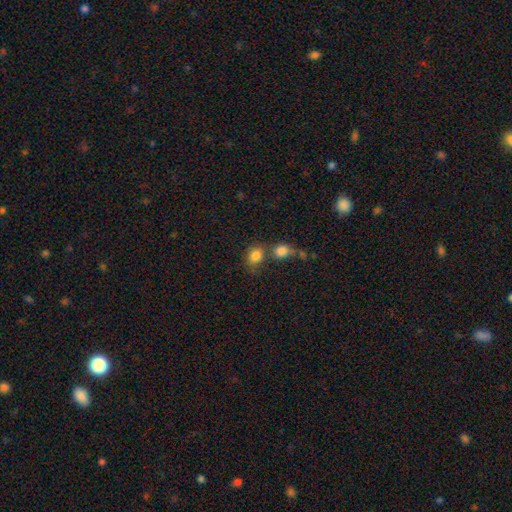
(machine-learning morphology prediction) A smooth galaxy with no disk features (83%) that is round (67%).

Vote fractions:
- Smooth or featured? smooth: 83% / star or artifact: 10% / featured or disk: 7%
- How rounded? round: 67% / in between: 32% / cigar-shaped: 1%
- Merging? none: 49% / merger: 36% / minor disturbance: 10% / major disturbance: 5%